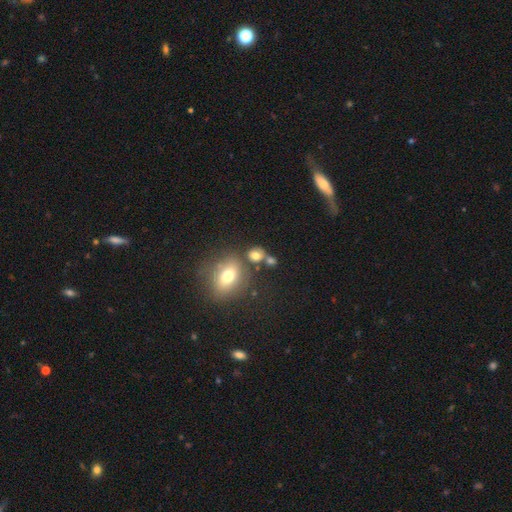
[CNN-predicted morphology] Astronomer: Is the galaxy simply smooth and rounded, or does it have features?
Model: smooth — 75%.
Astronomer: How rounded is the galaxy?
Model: round — 63%.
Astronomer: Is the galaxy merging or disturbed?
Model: none — 59%.